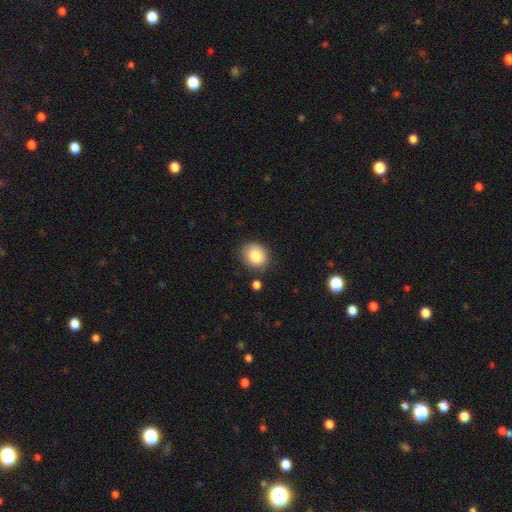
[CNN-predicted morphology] smooth-or-featured: smooth: 82% | featured or disk: 9% | star or artifact: 8%
  how-rounded: round: 66% | in between: 33% | cigar-shaped: 1%
  merging: none: 76% | minor disturbance: 16% | merger: 4% | major disturbance: 4%